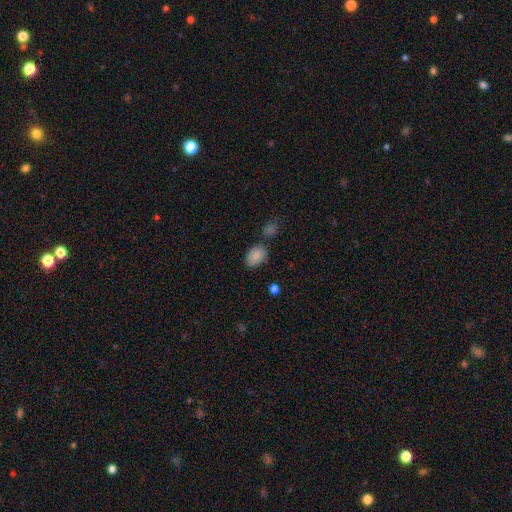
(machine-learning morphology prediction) type=smooth (87%); roundness=in between (86%); merging=none (73%).